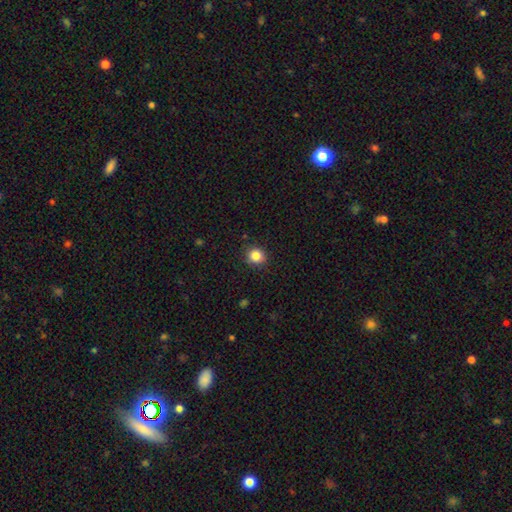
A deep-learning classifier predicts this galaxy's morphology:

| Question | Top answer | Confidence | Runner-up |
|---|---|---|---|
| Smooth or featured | smooth | 85% | star or artifact (11%) |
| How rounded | round | 85% | in between (14%) |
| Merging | none | 87% | minor disturbance (9%) |